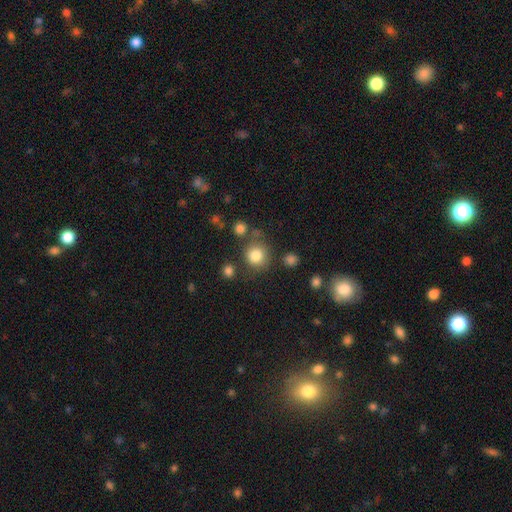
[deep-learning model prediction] This appears to be a smooth galaxy with no disk features (82%) that is round (91%). Merging: none (77%).